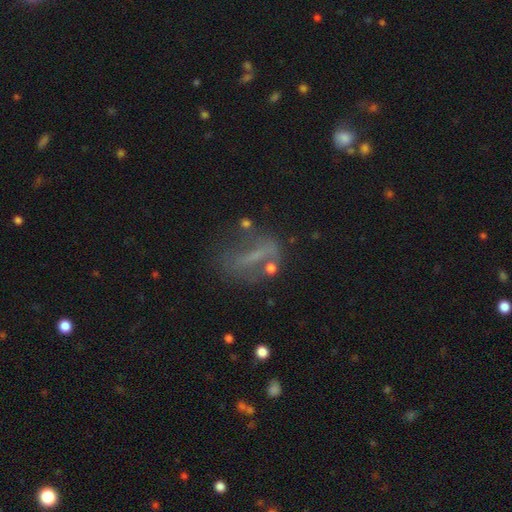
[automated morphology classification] Smooth or featured? featured or disk (42%)
Merging? none (51%)